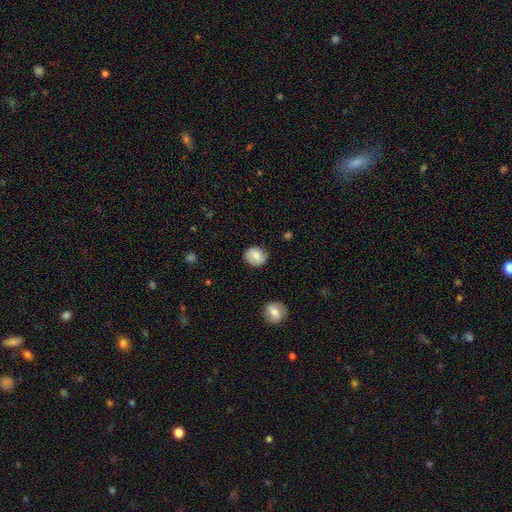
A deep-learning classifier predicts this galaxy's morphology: Smooth or featured?
  - smooth: 79% *
  - featured or disk: 13%
  - star or artifact: 8%
How rounded?
  - round: 75% *
  - in between: 24%
  - cigar-shaped: 1%
Merging?
  - none: 82% *
  - minor disturbance: 13%
  - major disturbance: 3%
  - merger: 1%